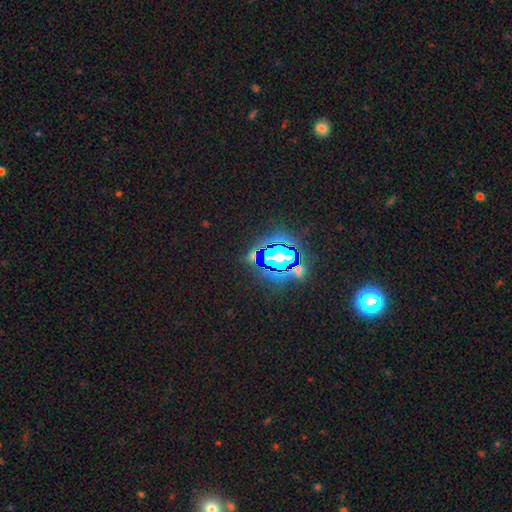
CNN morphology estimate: Smooth or featured?
  - star or artifact: 75% *
  - smooth: 15%
  - featured or disk: 9%